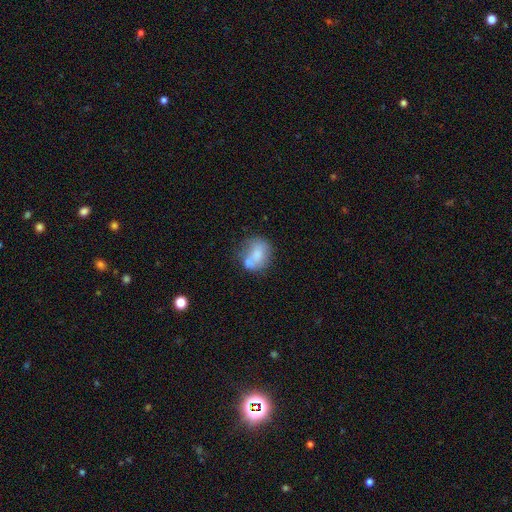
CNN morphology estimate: type=smooth (65%); roundness=in between (50%); merging=none (35%).